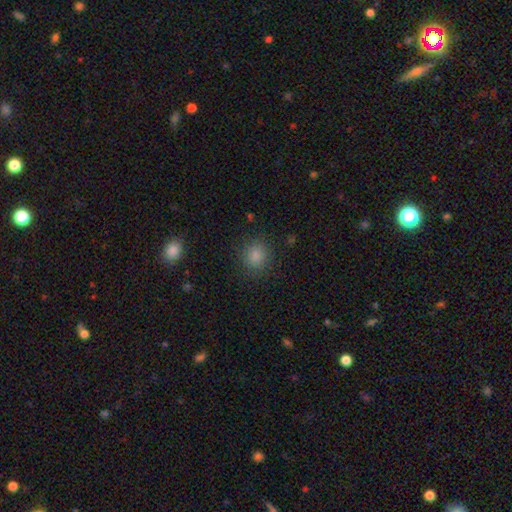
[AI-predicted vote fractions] Smooth or featured? Predicted: smooth (p=0.84). How rounded? Predicted: round (p=0.82). Merging? Predicted: none (p=0.85).